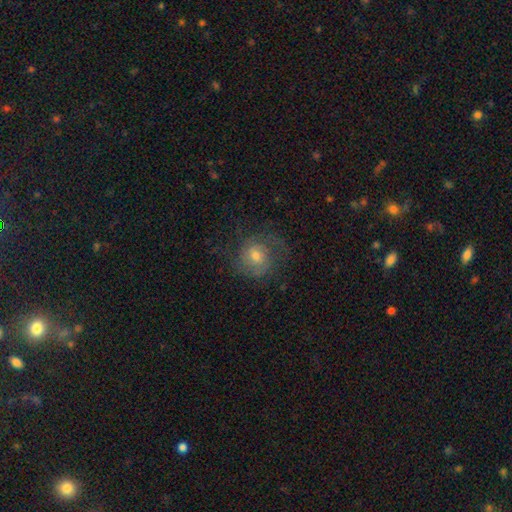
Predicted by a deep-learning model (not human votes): A featured or disk galaxy (55%) with no bar (71%), spiral arms (82%) and a moderate central bulge (53%).

Vote fractions:
- Smooth or featured? featured or disk: 55% / smooth: 34% / star or artifact: 11%
- Edge-on disk? no: 97% / yes: 3%
- Bar? no: 71% / weak: 25% / strong: 4%
- Spiral arms? yes: 82% / no: 18%
- Bulge size? moderate: 53% / small: 40% / large: 5% / none: 2% / dominant: 1%
- Merging? none: 64% / minor disturbance: 18% / major disturbance: 16% / merger: 1%